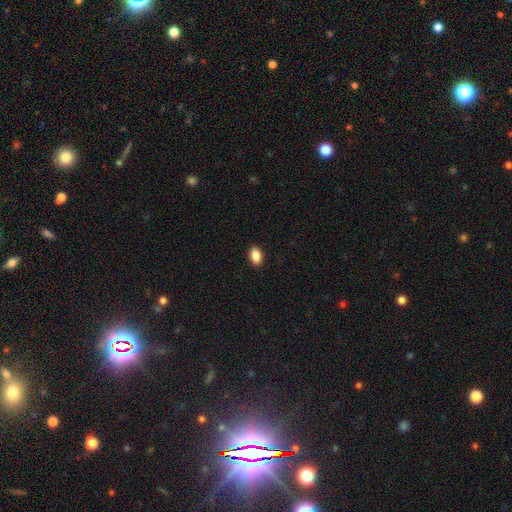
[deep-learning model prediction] Smooth or featured: smooth — 89% (star or artifact — 8%)
How rounded: in between — 91% (round — 7%)
Merging: none — 90% (minor disturbance — 7%)